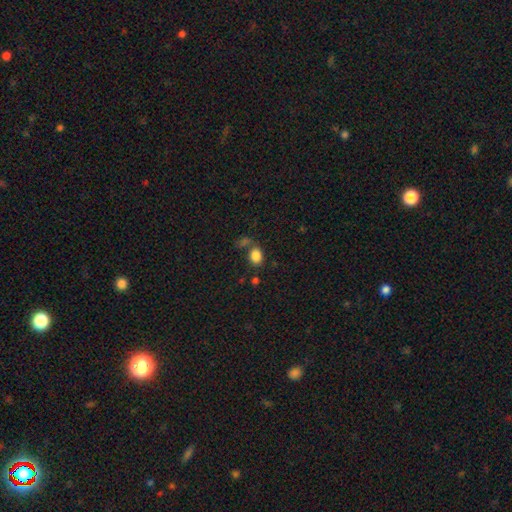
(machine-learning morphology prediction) smooth 85%, star or artifact 10%, featured or disk 5%. Down the decision tree: how rounded — in between (68%); merging — none (61%).